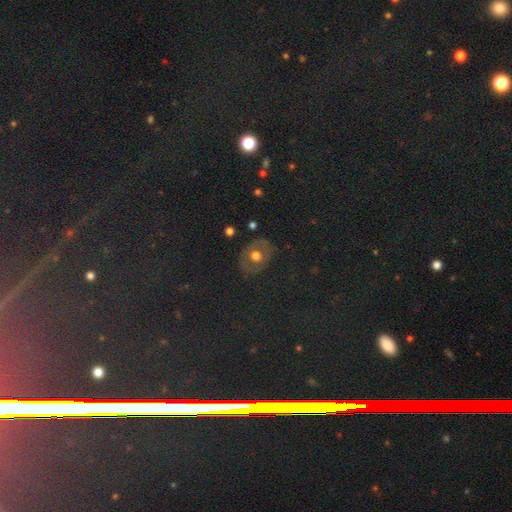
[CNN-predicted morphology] Smooth or featured? Predicted: smooth (p=0.50). How rounded? Predicted: round (p=0.51). Merging? Predicted: none (p=0.78).